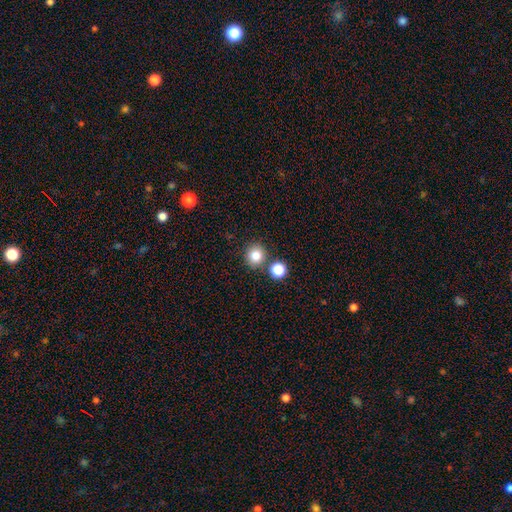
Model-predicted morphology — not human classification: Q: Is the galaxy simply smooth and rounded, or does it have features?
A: smooth — 82%.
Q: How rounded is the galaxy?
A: round — 90%.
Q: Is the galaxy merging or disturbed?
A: none — 79%.